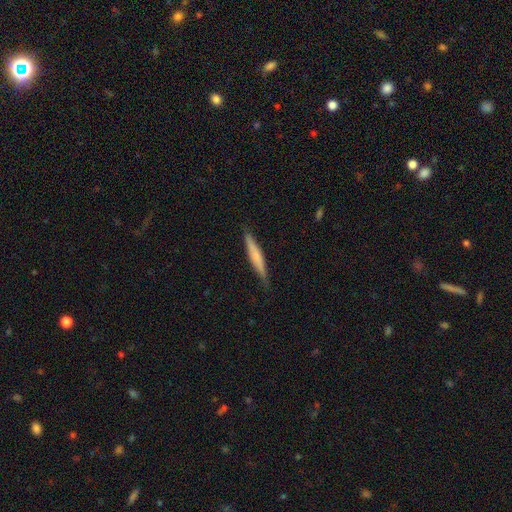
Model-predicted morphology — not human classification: A smooth galaxy with no disk features (53%) that is cigar-shaped (93%).

Vote fractions:
- Smooth or featured? smooth: 53% / featured or disk: 41% / star or artifact: 6%
- How rounded? cigar-shaped: 93% / in between: 5% / round: 1%
- Merging? none: 87% / minor disturbance: 10% / major disturbance: 2% / merger: 1%